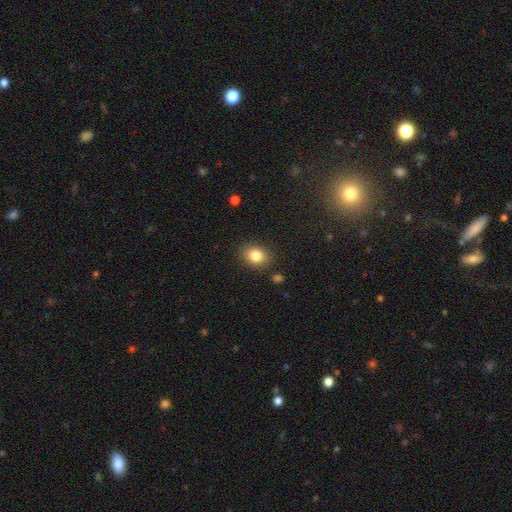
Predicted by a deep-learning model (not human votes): This appears to be a smooth galaxy with no disk features (83%) that is in between round and cigar-shaped (56%). Merging: none (85%).